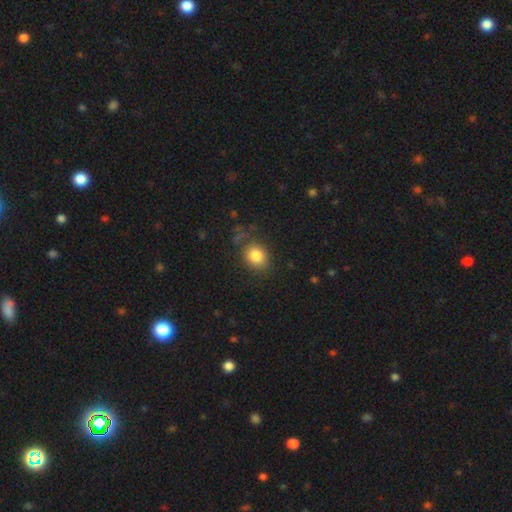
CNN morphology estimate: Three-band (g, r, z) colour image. It shows a smooth galaxy with no disk features (83%) that is round (63%). Merging: none (76%).